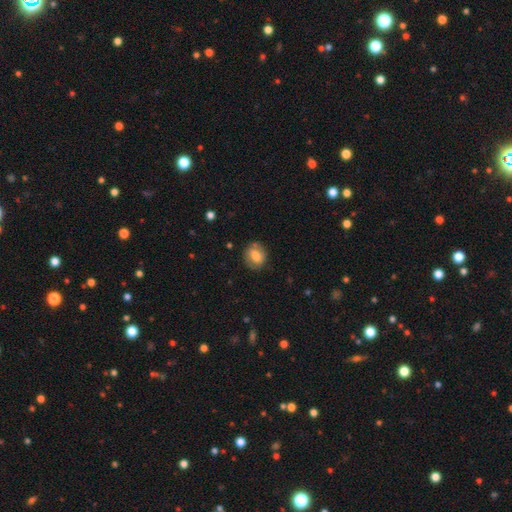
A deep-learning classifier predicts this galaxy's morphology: Smooth or featured? Predicted: smooth (p=0.65). How rounded? Predicted: round (p=0.53). Merging? Predicted: none (p=0.79).